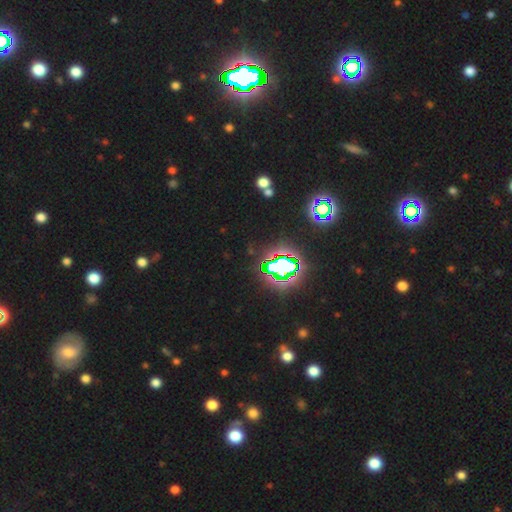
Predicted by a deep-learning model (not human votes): The model was most divided on "smooth or featured": star or artifact: 82%, smooth: 11%, featured or disk: 7%.